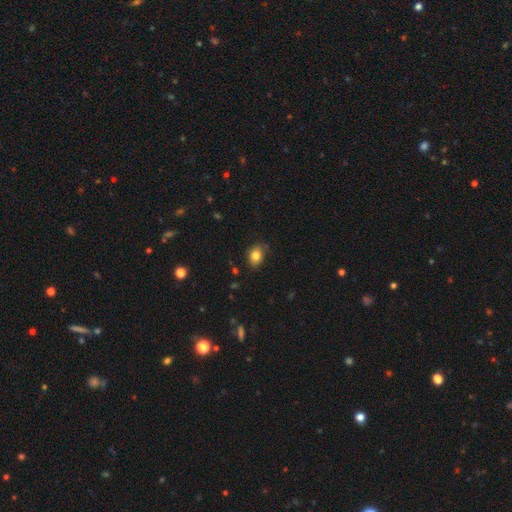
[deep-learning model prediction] smooth_or_featured: smooth (p=0.81) [alt: star or artifact p=0.10]
how_rounded: in between (p=0.69) [alt: round p=0.30]
merging: none (p=0.75) [alt: minor disturbance p=0.20]